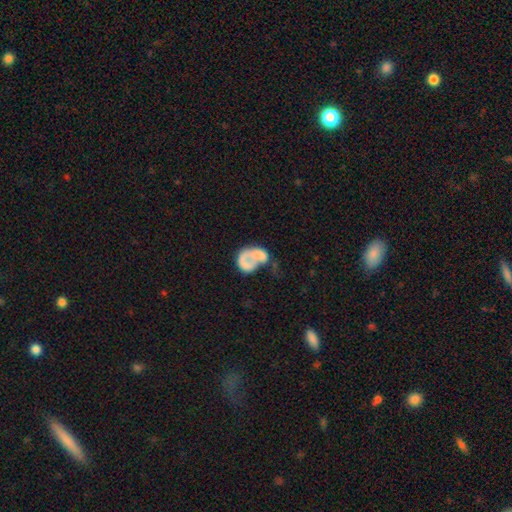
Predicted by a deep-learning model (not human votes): Smooth or featured: smooth — 48% (featured or disk — 42%)
Merging: major disturbance — 47% (none — 23%)